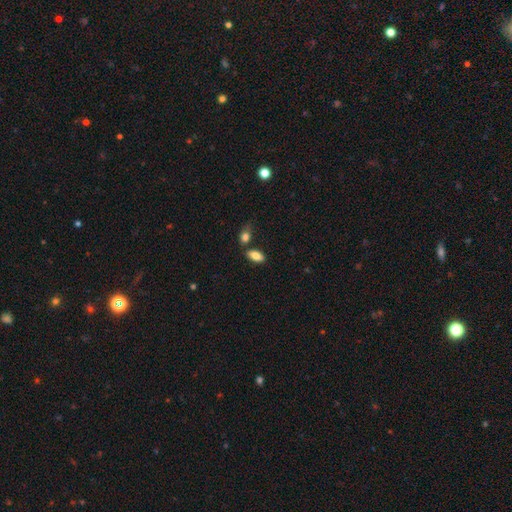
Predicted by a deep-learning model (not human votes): Smooth or featured? smooth (79%)
How rounded? in between (89%)
Merging? none (73%)